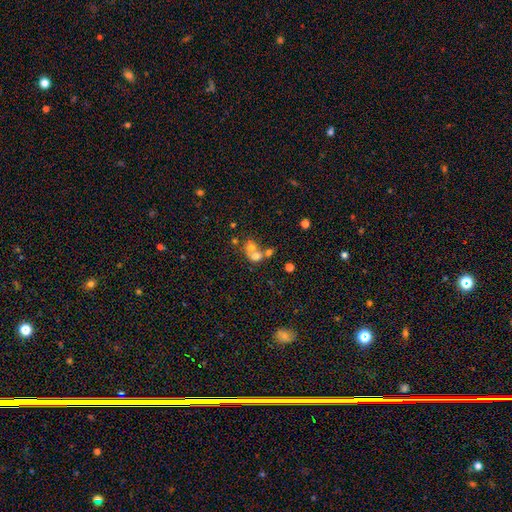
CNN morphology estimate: This is likely a smooth galaxy (64%). How rounded: likely round (66%). Merging: likely merger (65%).